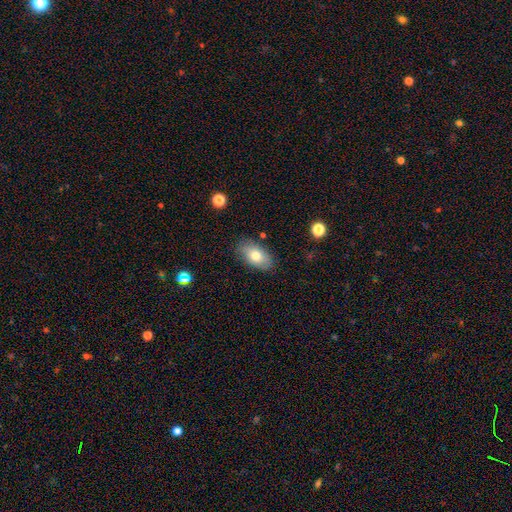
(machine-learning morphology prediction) smooth-or-featured: smooth: 76% | featured or disk: 17% | star or artifact: 7%
  how-rounded: in between: 92% | round: 5% | cigar-shaped: 2%
  merging: none: 83% | minor disturbance: 13% | major disturbance: 3% | merger: 2%